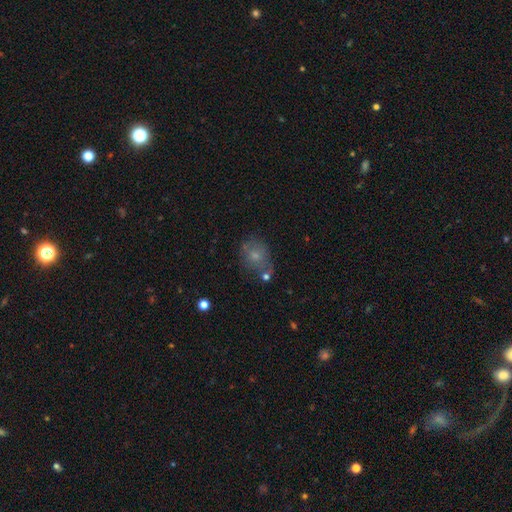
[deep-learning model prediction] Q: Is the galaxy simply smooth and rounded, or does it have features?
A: smooth — 61%.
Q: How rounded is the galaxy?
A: round — 50%.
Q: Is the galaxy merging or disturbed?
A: none — 55%.